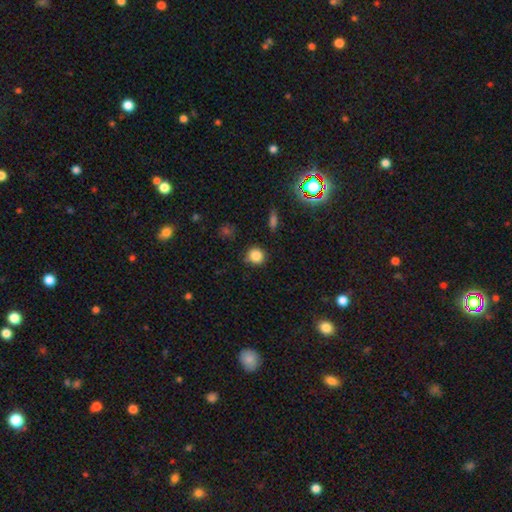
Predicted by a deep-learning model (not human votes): smooth 84%, star or artifact 12%, featured or disk 5%. Down the decision tree: how rounded — round (90%); merging — none (83%).